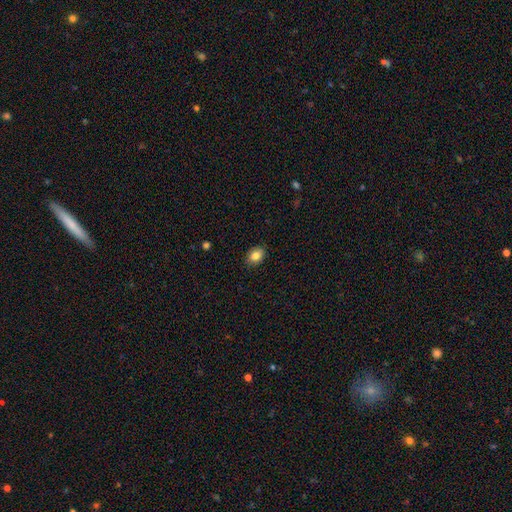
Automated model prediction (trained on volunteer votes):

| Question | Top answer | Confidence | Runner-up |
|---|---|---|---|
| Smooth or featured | smooth | 83% | star or artifact (9%) |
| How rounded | in between | 77% | round (22%) |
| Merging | none | 88% | minor disturbance (9%) |